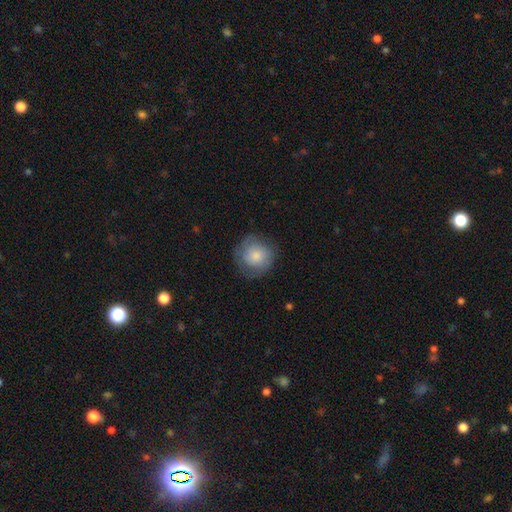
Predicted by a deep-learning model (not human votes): Smooth or featured: smooth — 68% (featured or disk — 25%)
How rounded: round — 90% (in between — 9%)
Merging: none — 73% (minor disturbance — 19%)